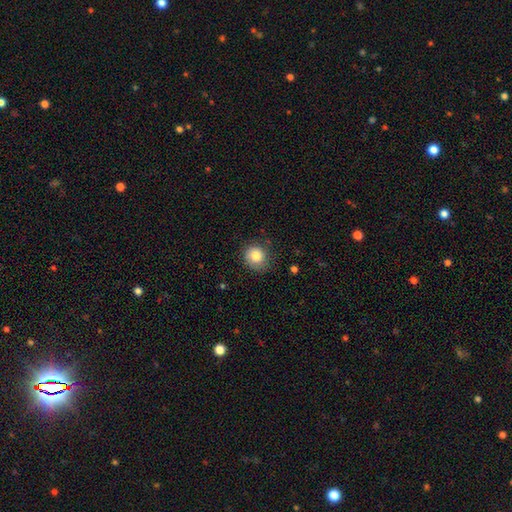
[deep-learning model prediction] Smooth or featured?
  - smooth: 84% *
  - star or artifact: 9%
  - featured or disk: 7%
How rounded?
  - round: 82% *
  - in between: 17%
  - cigar-shaped: 1%
Merging?
  - none: 74% *
  - minor disturbance: 20%
  - major disturbance: 5%
  - merger: 1%